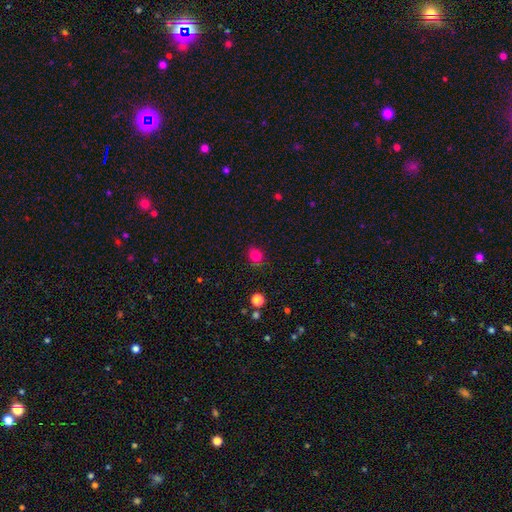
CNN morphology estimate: Smooth or featured?
  - smooth: 80% *
  - star or artifact: 14%
  - featured or disk: 6%
How rounded?
  - round: 71% *
  - in between: 28%
  - cigar-shaped: 1%
Merging?
  - none: 81% *
  - minor disturbance: 14%
  - major disturbance: 3%
  - merger: 2%